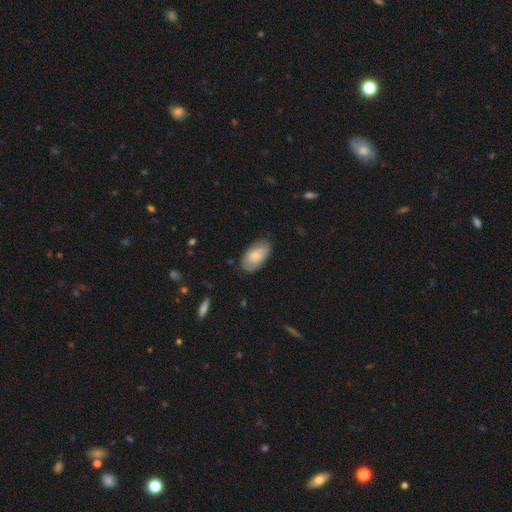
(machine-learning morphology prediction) This appears to be a smooth galaxy with no disk features (73%) that is in between round and cigar-shaped (94%). Merging: none (73%).